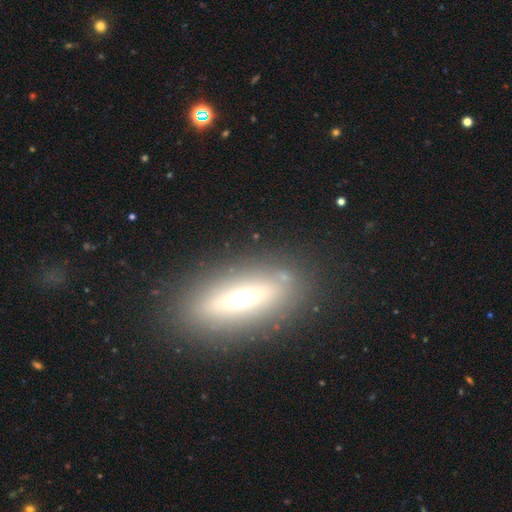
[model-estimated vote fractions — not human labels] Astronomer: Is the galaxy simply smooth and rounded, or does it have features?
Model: featured or disk — 59%.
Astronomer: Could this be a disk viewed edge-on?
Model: yes — 60% (runner-up: no, 40%).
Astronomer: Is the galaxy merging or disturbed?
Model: none — 86%.